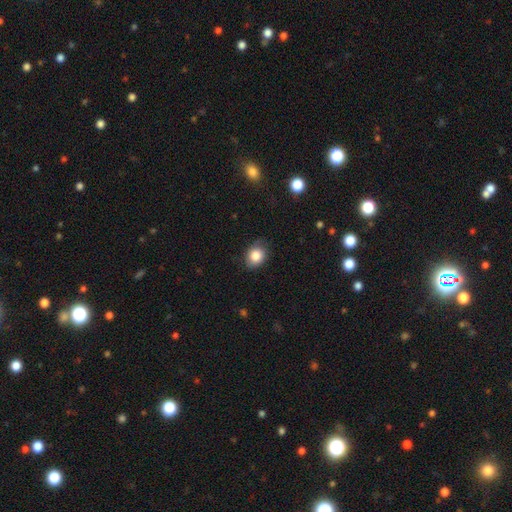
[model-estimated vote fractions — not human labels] Q: Smooth or featured?
A: smooth (83%); runner-up: star or artifact (9%)
Q: How rounded?
A: in between (51%); runner-up: round (48%)
Q: Merging?
A: none (78%); runner-up: minor disturbance (18%)